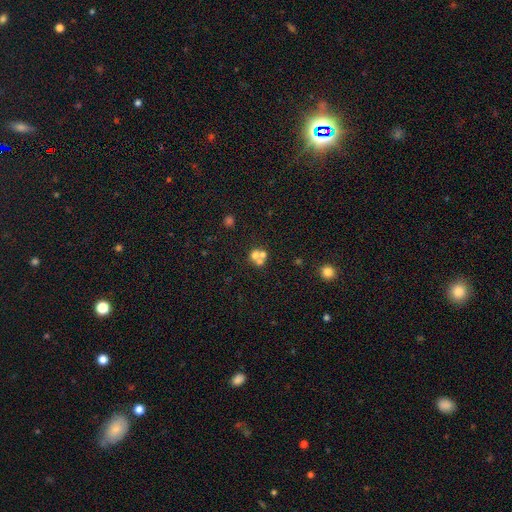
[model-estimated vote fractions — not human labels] This is possibly a smooth galaxy (57%). How rounded: likely round (80%). Merging: possibly merger (54%).